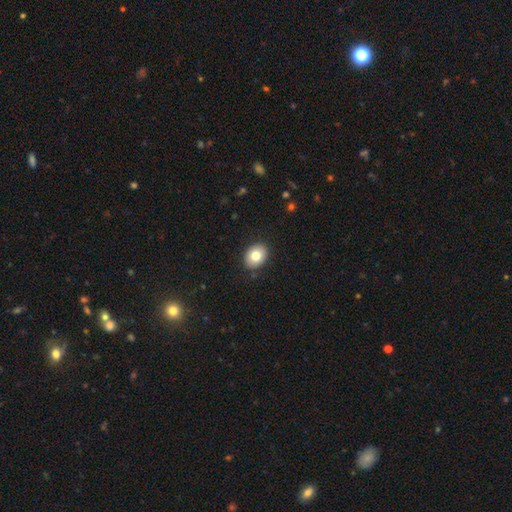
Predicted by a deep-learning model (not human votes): Morphology: type=smooth (79%); roundness=in between (61%); merging=none (88%).